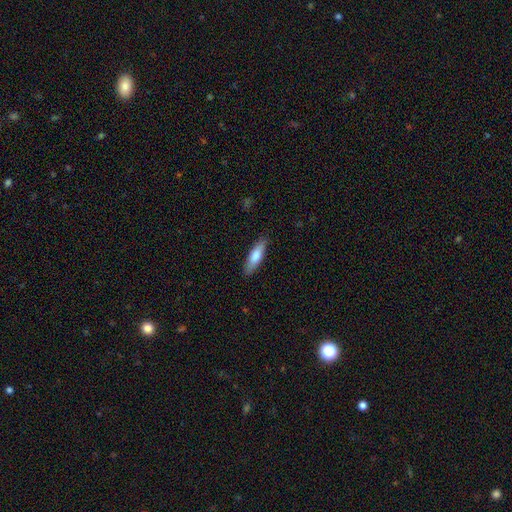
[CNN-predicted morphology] smooth_or_featured: smooth (p=0.77) [alt: featured or disk p=0.18]
how_rounded: cigar-shaped (p=0.61) [alt: in between p=0.38]
merging: none (p=0.87) [alt: minor disturbance p=0.10]